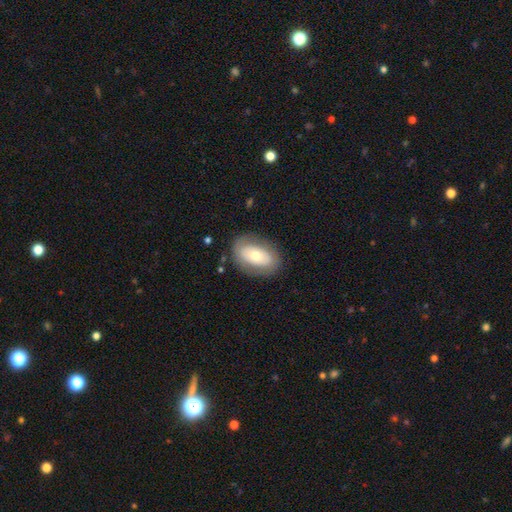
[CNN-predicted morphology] Smooth or featured?
  - smooth: 59% *
  - featured or disk: 35%
  - star or artifact: 6%
How rounded?
  - in between: 90% *
  - round: 9%
  - cigar-shaped: 2%
Merging?
  - none: 80% *
  - minor disturbance: 13%
  - major disturbance: 5%
  - merger: 1%